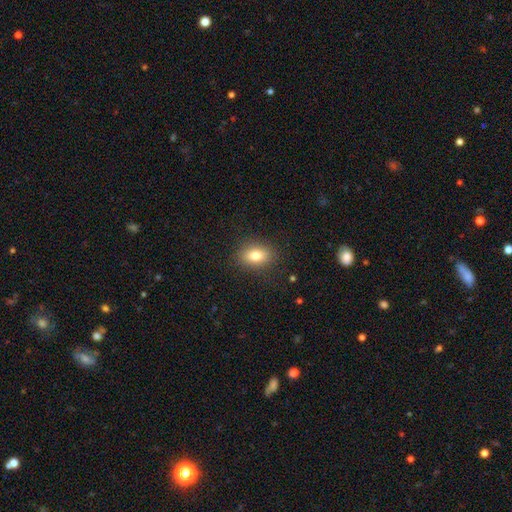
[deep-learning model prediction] smooth_or_featured: smooth (p=0.80) [alt: star or artifact p=0.10]
how_rounded: in between (p=0.77) [alt: round p=0.21]
merging: none (p=0.88) [alt: minor disturbance p=0.09]